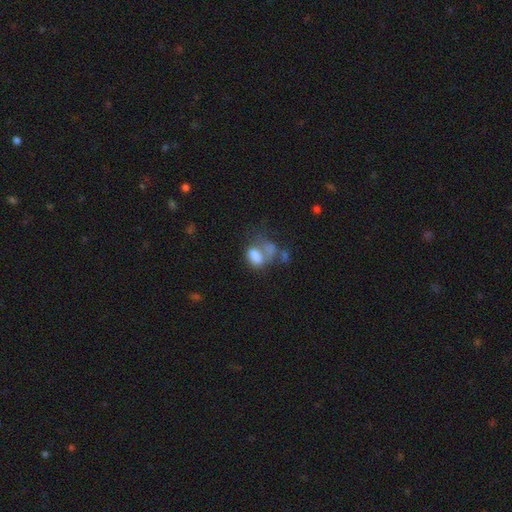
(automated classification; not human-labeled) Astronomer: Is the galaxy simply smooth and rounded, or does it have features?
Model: smooth — 69%.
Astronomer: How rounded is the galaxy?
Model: in between — 83%.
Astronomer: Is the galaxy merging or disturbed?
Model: merger — 44% (runner-up: major disturbance, 24%).